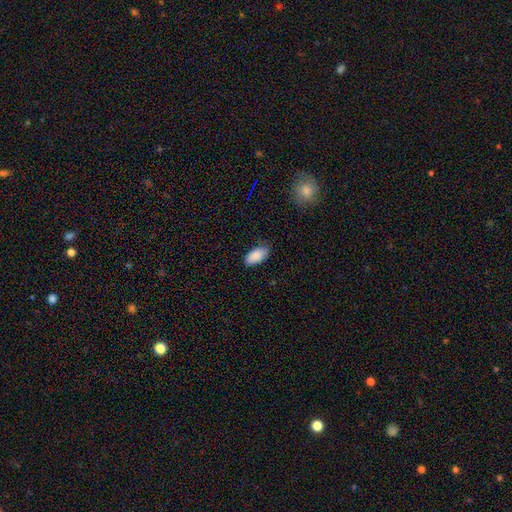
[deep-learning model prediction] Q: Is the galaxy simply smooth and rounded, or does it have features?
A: smooth — 89%.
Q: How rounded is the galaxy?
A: in between — 94%.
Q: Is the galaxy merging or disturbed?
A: none — 81%.